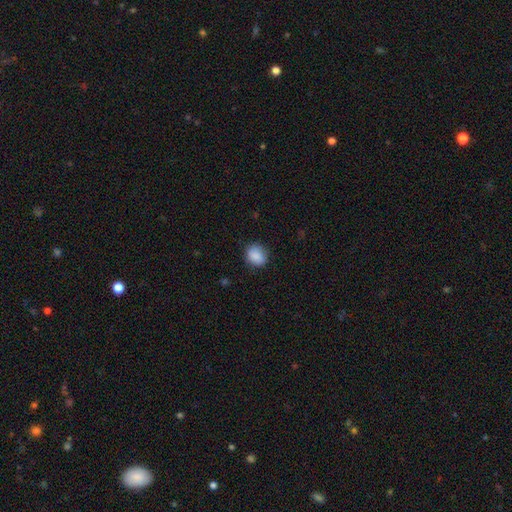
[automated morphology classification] The model was most divided on "how rounded": round: 65%, in between: 34%, cigar-shaped: 1%. More confident: smooth or featured — smooth (88%); merging — none (82%).